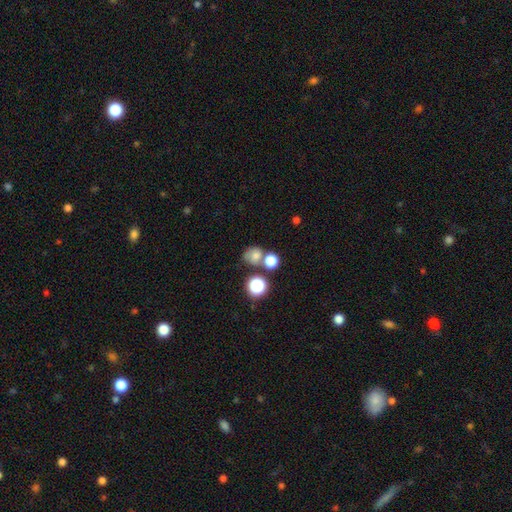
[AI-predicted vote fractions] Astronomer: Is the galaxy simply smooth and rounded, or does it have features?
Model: smooth — 72%.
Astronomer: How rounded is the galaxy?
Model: round — 71%.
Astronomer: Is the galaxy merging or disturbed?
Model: none — 52% (runner-up: merger, 31%).